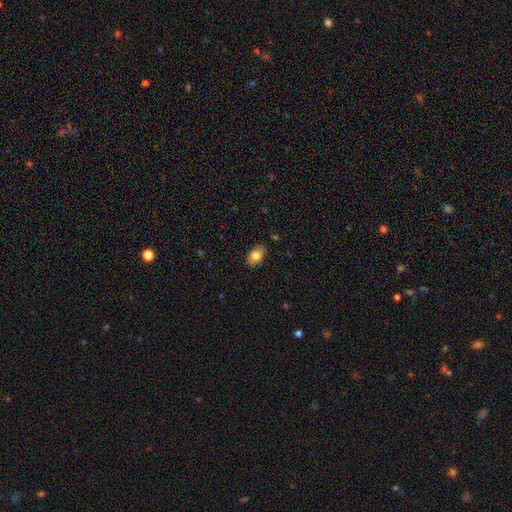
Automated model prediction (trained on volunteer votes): A smooth galaxy with no disk features (82%) that is in between round and cigar-shaped (91%). Merging: none (86%).